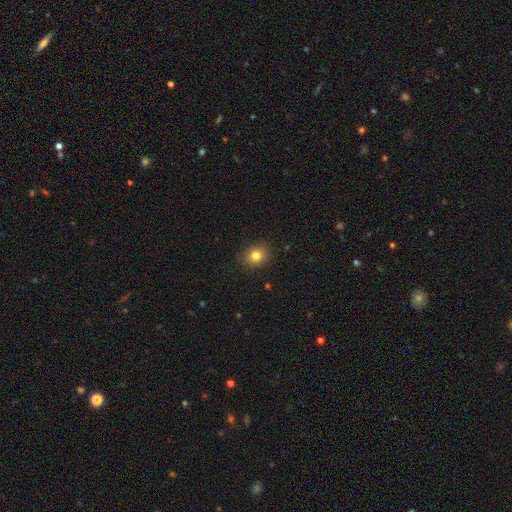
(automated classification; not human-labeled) Smooth or featured?
  - smooth: 81% *
  - star or artifact: 12%
  - featured or disk: 7%
How rounded?
  - round: 75% *
  - in between: 25%
  - cigar-shaped: 1%
Merging?
  - none: 89% *
  - minor disturbance: 8%
  - major disturbance: 2%
  - merger: 1%